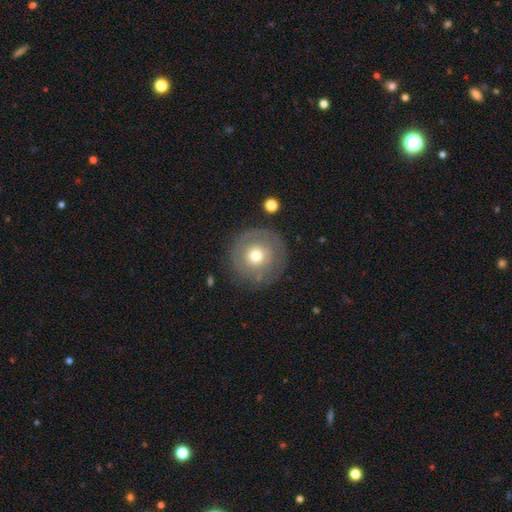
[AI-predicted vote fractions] Smooth or featured: smooth — 55% (featured or disk — 37%)
How rounded: round — 95% (in between — 4%)
Merging: none — 81% (minor disturbance — 12%)